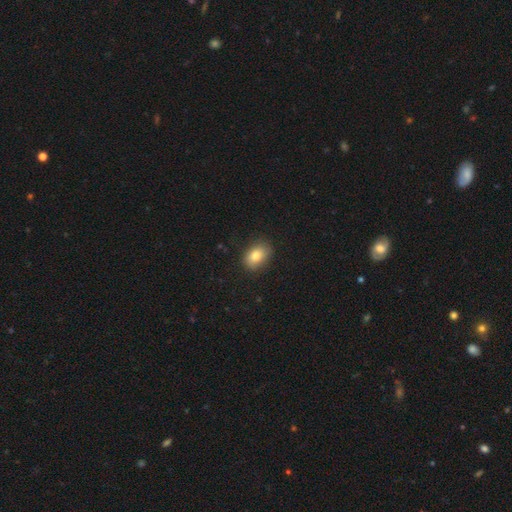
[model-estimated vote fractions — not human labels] Q: Smooth or featured?
A: smooth (81%); runner-up: featured or disk (10%)
Q: How rounded?
A: in between (76%); runner-up: round (23%)
Q: Merging?
A: none (85%); runner-up: minor disturbance (12%)